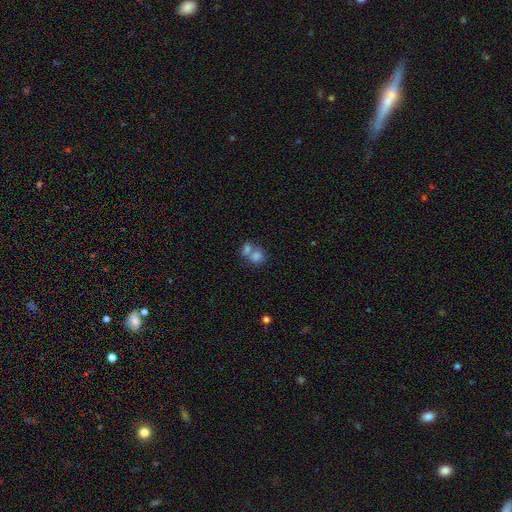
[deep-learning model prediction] A smooth galaxy with no disk features (76%) that is round (65%). Merging: merger (59%).